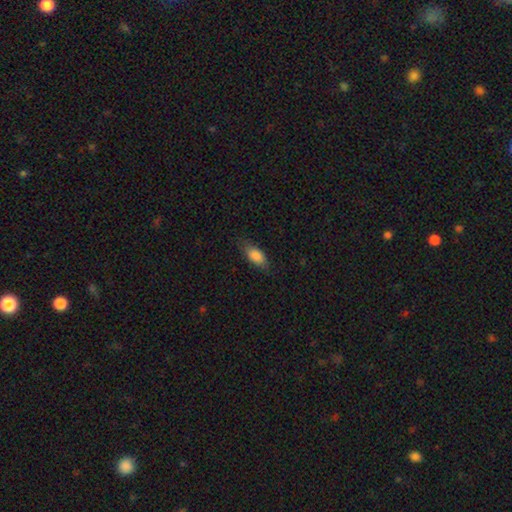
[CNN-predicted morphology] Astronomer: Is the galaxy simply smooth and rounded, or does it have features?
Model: smooth — 83%.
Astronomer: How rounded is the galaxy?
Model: in between — 85%.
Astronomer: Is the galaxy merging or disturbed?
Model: none — 74%.